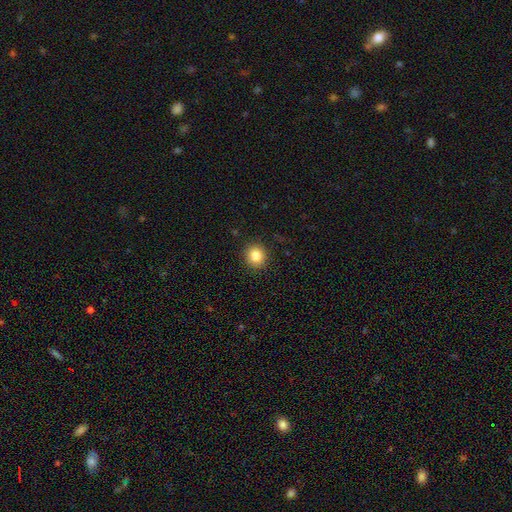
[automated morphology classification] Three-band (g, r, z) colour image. It shows a smooth galaxy with no disk features (85%) that is round (84%). Merging: none (91%).